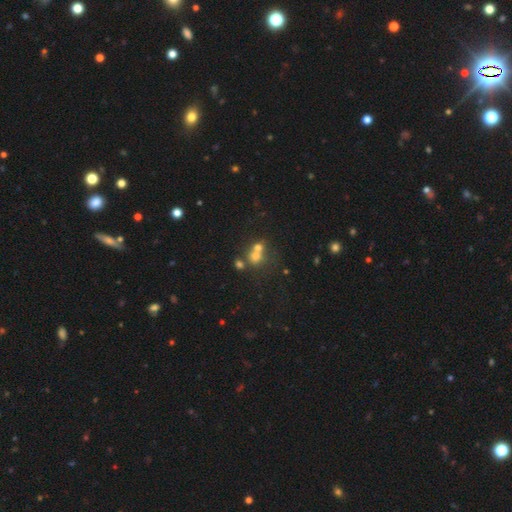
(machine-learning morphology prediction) The model was most divided on "merging": merger: 54%, none: 35%, minor disturbance: 7%, major disturbance: 4%. More confident: how rounded — round (77%); smooth or featured — smooth (62%).